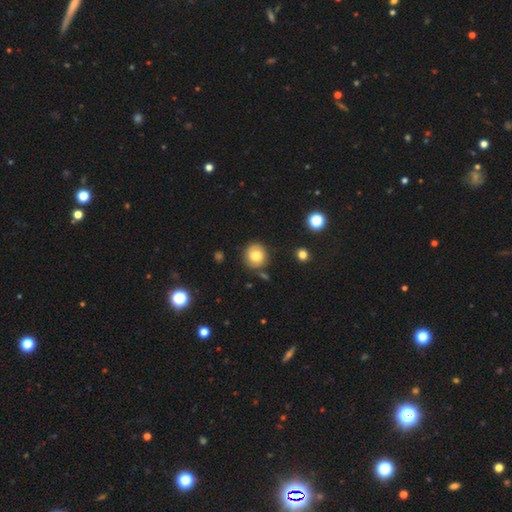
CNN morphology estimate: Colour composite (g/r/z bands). It shows a smooth galaxy with no disk features (76%) that is round (89%). Merging: none (82%).